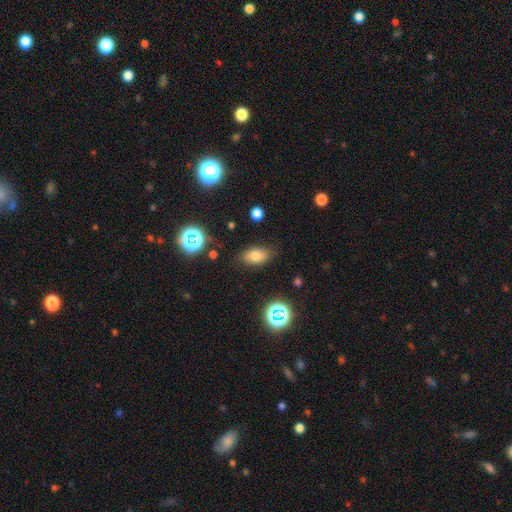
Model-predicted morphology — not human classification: smooth 73%, star or artifact 15%, featured or disk 12%. Down the decision tree: how rounded — in between (88%); merging — none (80%).